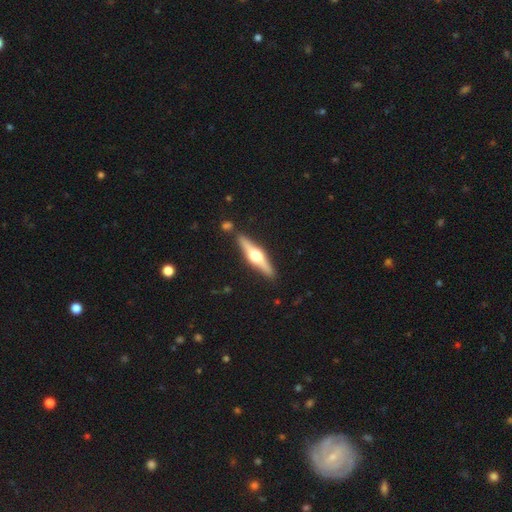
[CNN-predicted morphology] smooth-or-featured: featured or disk: 71% | smooth: 24% | star or artifact: 5%
  disk-edge-on: yes: 97% | no: 3%
    edge-on-bulge: rounded: 93% | boxy: 5% | none: 2%
  merging: none: 86% | minor disturbance: 9% | merger: 4% | major disturbance: 2%